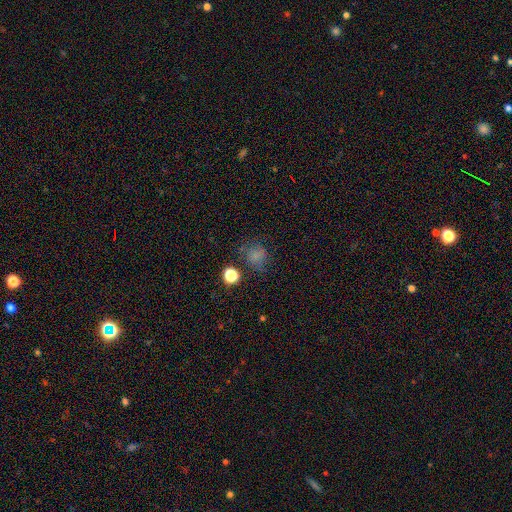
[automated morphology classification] A smooth galaxy with no disk features (71%) that is round (80%). Merging: none (69%).